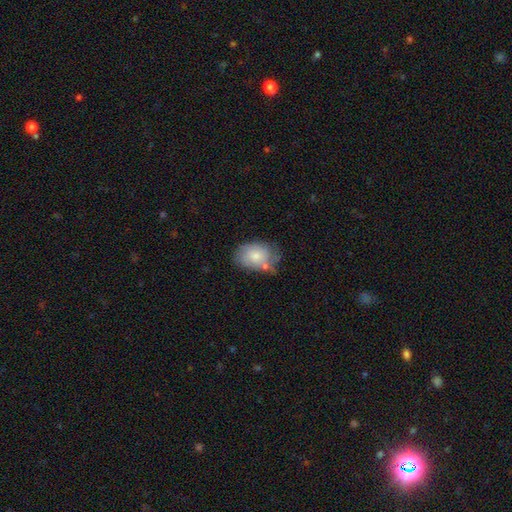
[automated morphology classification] Smooth or featured? smooth (70%)
How rounded? in between (78%)
Merging? none (48%)